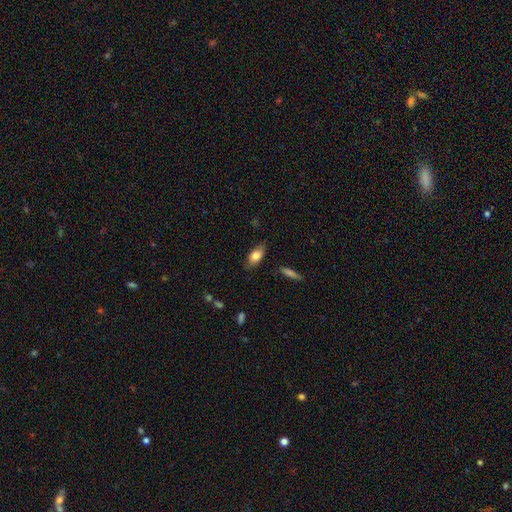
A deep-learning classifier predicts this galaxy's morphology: smooth_or_featured: smooth (p=0.78) [alt: featured or disk p=0.15]
how_rounded: in between (p=0.88) [alt: cigar-shaped p=0.07]
merging: none (p=0.77) [alt: minor disturbance p=0.18]